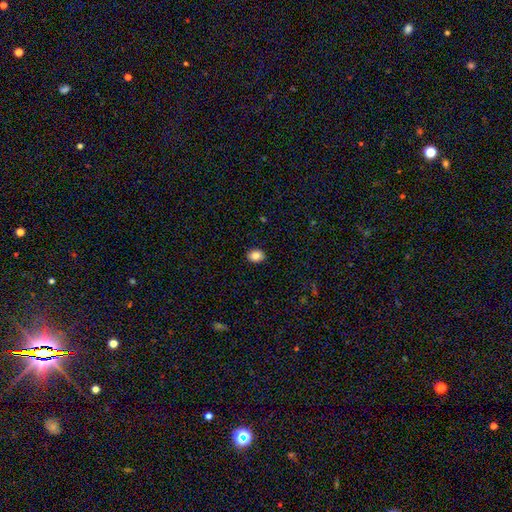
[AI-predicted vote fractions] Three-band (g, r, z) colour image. It shows a smooth galaxy with no disk features (86%) that is in between round and cigar-shaped (56%). Merging: none (90%).